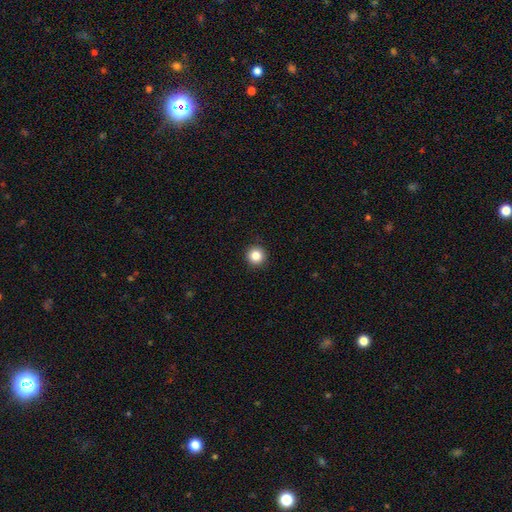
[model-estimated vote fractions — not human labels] A smooth galaxy with no disk features (85%) that is round (95%). Merging: none (93%).